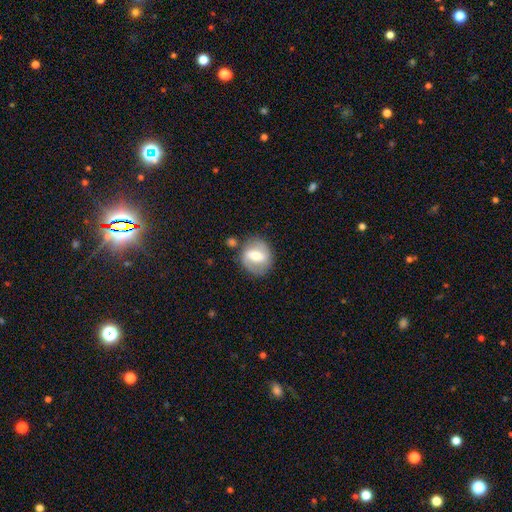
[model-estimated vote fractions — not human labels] Smooth or featured? featured or disk (54%)
Edge-on disk? no (94%)
Bar? strong (45%)
Spiral arms? yes (57%)
Bulge size? moderate (65%)
Merging? none (74%)